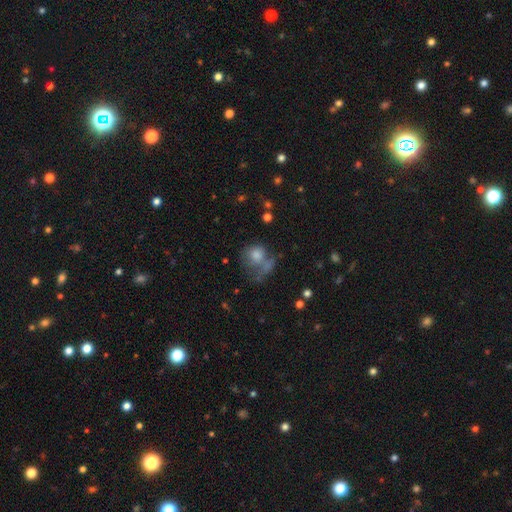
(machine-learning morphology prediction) Smooth or featured? smooth (62%)
How rounded? round (72%)
Merging? none (40%)